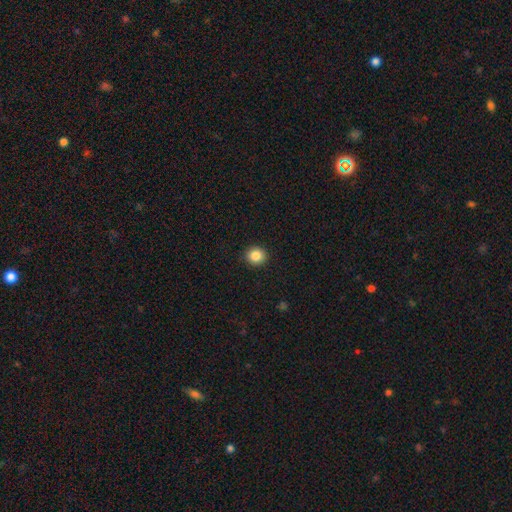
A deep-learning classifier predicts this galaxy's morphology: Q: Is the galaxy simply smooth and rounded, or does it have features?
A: smooth — 86%.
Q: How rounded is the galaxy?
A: round — 92%.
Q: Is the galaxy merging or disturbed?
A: none — 92%.